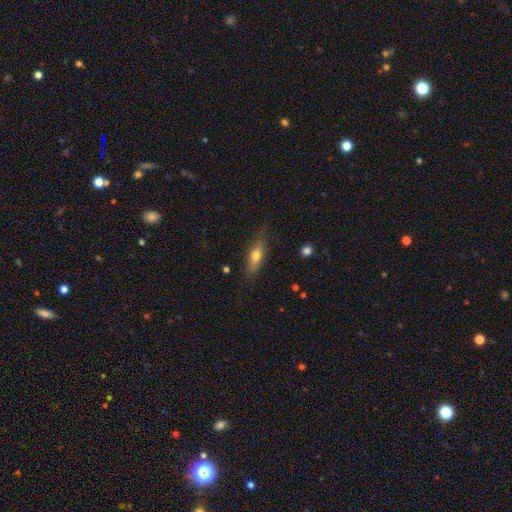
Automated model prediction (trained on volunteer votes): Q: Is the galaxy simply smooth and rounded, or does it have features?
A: smooth — 57%.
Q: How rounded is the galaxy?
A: cigar-shaped — 51%.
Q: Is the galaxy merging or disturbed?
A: none — 77%.